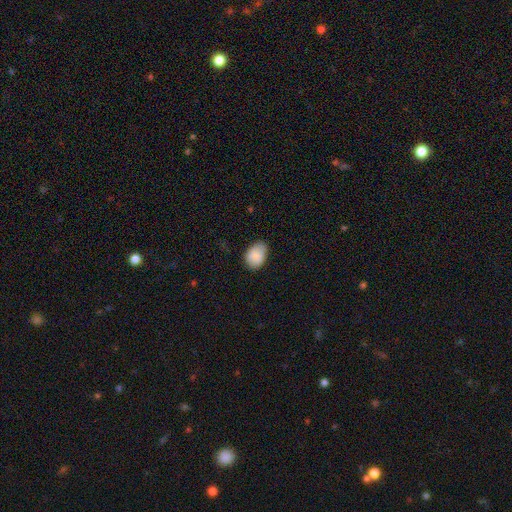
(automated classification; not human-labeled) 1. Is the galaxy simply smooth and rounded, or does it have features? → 87% smooth, 7% star or artifact, 6% featured or disk.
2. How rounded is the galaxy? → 80% in between, 19% round, 1% cigar-shaped.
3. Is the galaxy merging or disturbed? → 69% none, 26% minor disturbance, 4% major disturbance, 1% merger.